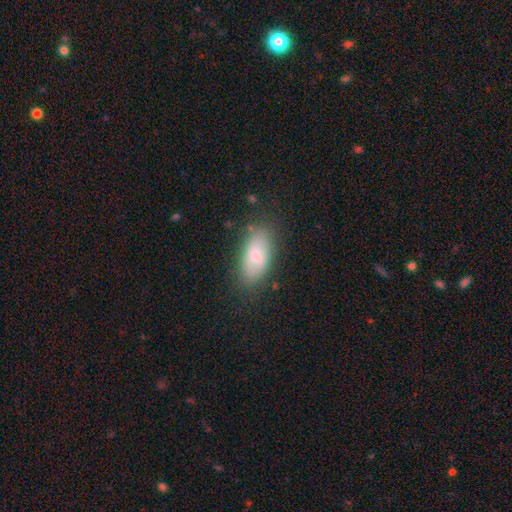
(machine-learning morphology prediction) This appears to be a smooth galaxy with no disk features (72%) that is in between round and cigar-shaped (87%). Merging: none (78%).